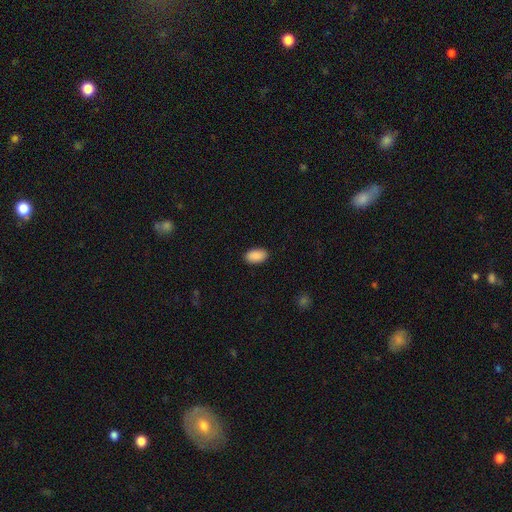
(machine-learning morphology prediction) Smooth or featured? Predicted: smooth (p=0.91). How rounded? Predicted: in between (p=0.94). Merging? Predicted: none (p=0.90).